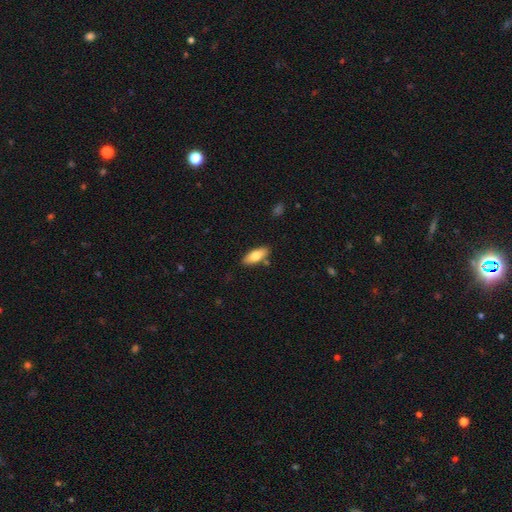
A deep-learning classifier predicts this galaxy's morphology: The model was most divided on "smooth or featured": smooth: 72%, featured or disk: 22%, star or artifact: 6%. More confident: merging — none (82%); how rounded — in between (75%).